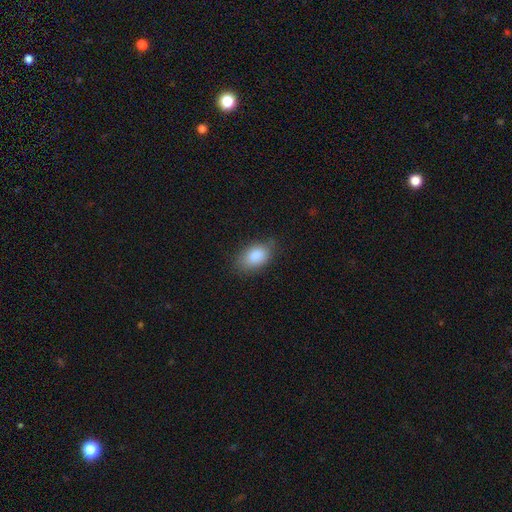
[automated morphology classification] Q: Smooth or featured?
A: smooth (87%); runner-up: star or artifact (7%)
Q: How rounded?
A: in between (89%); runner-up: round (9%)
Q: Merging?
A: none (74%); runner-up: minor disturbance (21%)